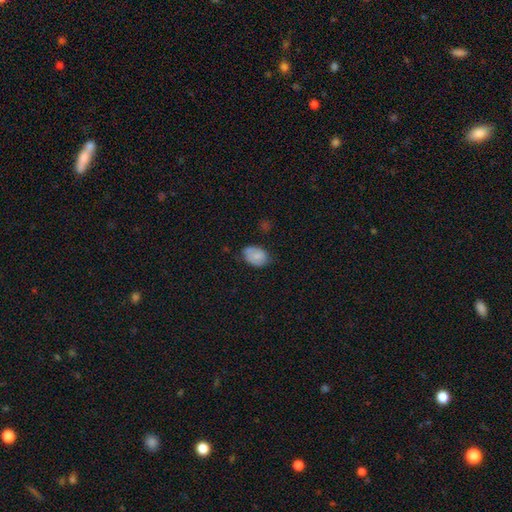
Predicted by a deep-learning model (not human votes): Smooth or featured? Predicted: smooth (p=0.80). How rounded? Predicted: in between (p=0.83). Merging? Predicted: none (p=0.58).